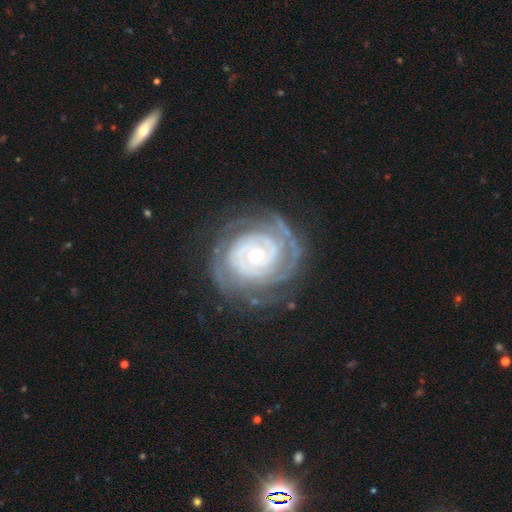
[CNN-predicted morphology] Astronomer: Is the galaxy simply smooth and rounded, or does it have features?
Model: featured or disk — 90%.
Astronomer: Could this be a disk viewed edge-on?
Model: no — 97%.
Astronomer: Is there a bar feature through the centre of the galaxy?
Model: no — 76%.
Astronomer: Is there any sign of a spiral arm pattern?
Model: yes — 96%.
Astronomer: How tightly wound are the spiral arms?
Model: tight — 83%.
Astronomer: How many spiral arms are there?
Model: can't tell — 31% (runner-up: 2, 22%).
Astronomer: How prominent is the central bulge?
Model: small — 48%, tied with moderate at 48%.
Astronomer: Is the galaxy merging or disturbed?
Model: none — 74%.